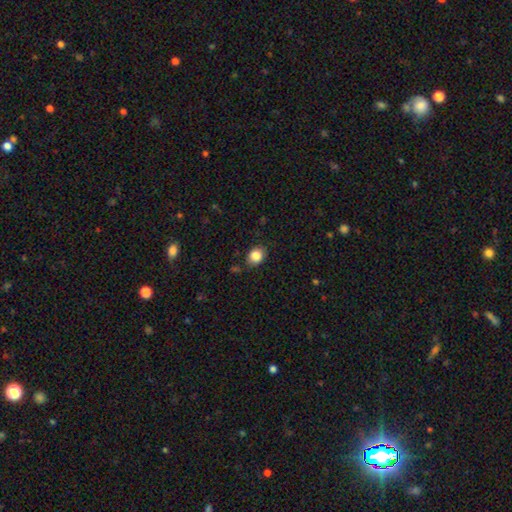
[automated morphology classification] smooth_or_featured: smooth (p=0.85) [alt: star or artifact p=0.10]
how_rounded: round (p=0.61) [alt: in between p=0.38]
merging: none (p=0.82) [alt: minor disturbance p=0.13]